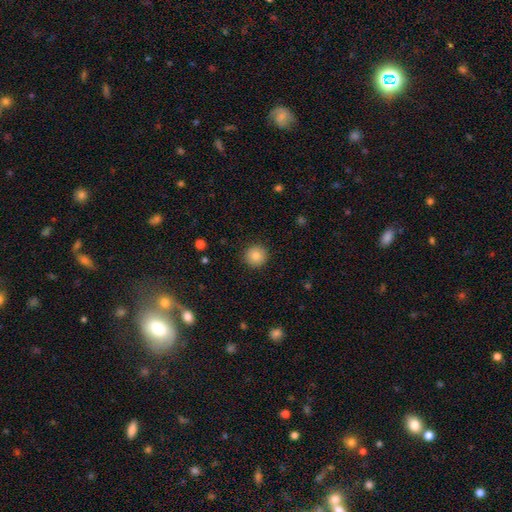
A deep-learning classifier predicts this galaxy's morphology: Smooth or featured? smooth (83%)
How rounded? round (95%)
Merging? none (92%)